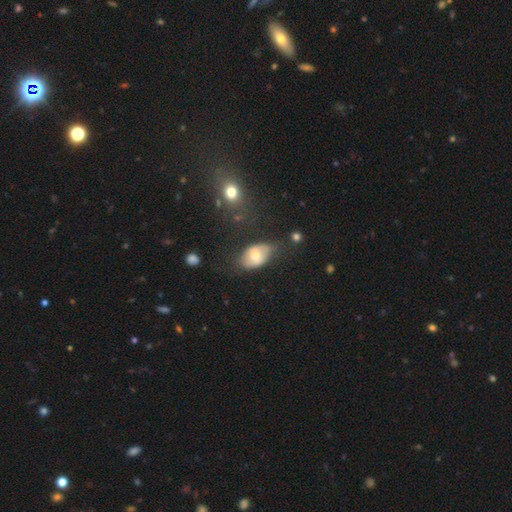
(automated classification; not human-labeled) smooth-or-featured: smooth: 59% | featured or disk: 34% | star or artifact: 7%
  how-rounded: in between: 87% | round: 11% | cigar-shaped: 2%
  merging: none: 58% | minor disturbance: 28% | major disturbance: 11% | merger: 4%